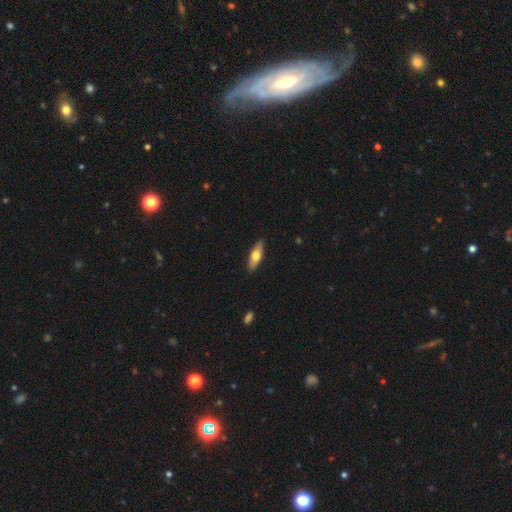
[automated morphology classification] smooth-or-featured: smooth: 57% | featured or disk: 37% | star or artifact: 6%
  how-rounded: cigar-shaped: 50% | in between: 47% | round: 3%
  merging: none: 89% | minor disturbance: 8% | major disturbance: 2% | merger: 1%